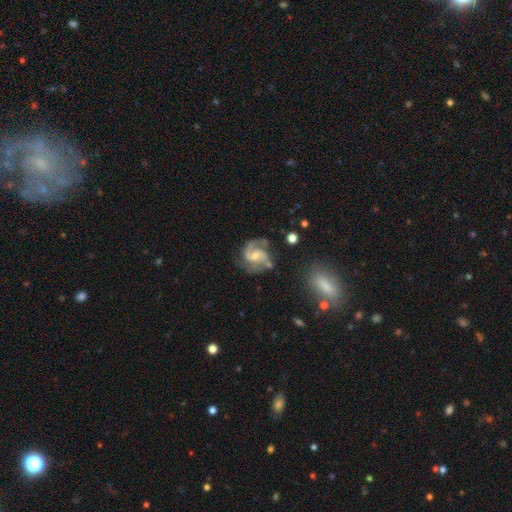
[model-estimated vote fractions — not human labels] The model was most divided on "bulge size": small: 46%, moderate: 43%, none: 7%, large: 3%, dominant: 1%. Remaining: edge-on disk — no (98%); spiral arms — yes (98%); smooth or featured — featured or disk (90%); spiral arm count — 2 (86%); merging — none (68%); spiral winding — medium (61%); bar — weak (49%).